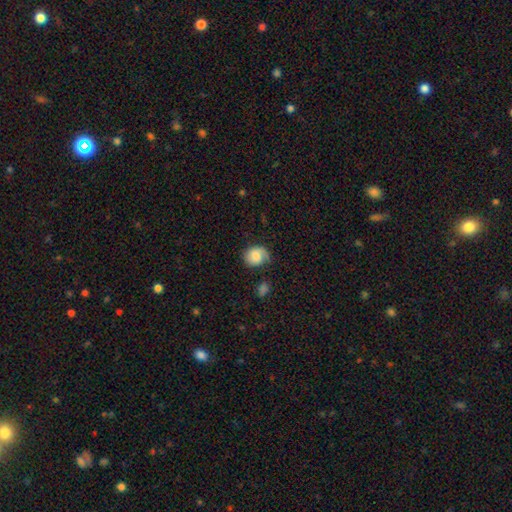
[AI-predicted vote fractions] A smooth galaxy with no disk features (62%) that is round (61%). Merging: none (56%).